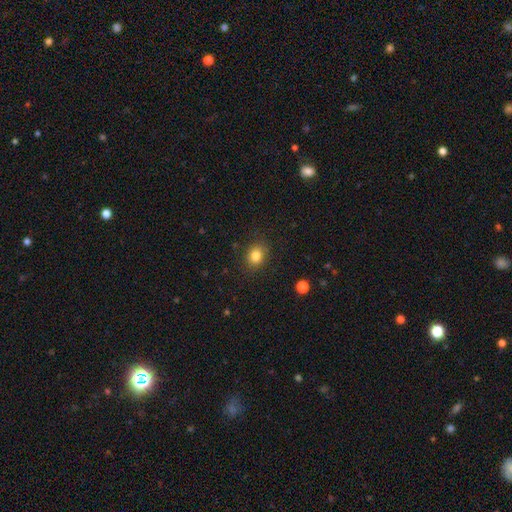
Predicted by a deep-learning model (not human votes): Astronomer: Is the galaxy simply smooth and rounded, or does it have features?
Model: smooth — 82%.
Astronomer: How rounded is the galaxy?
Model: round — 54% (runner-up: in between, 45%).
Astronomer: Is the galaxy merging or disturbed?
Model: none — 86%.